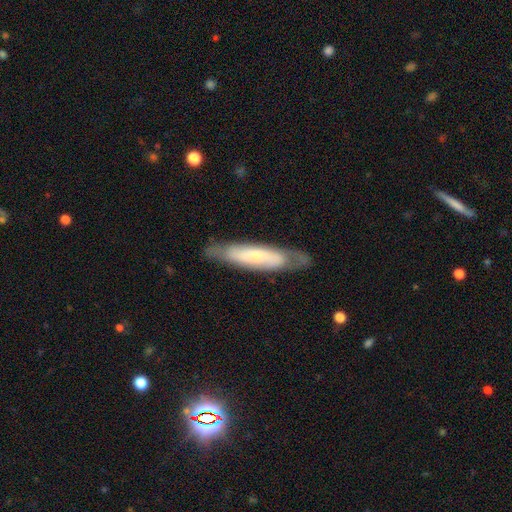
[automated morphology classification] Smooth or featured: smooth — 48% (featured or disk — 46%)
Merging: none — 75% (minor disturbance — 18%)